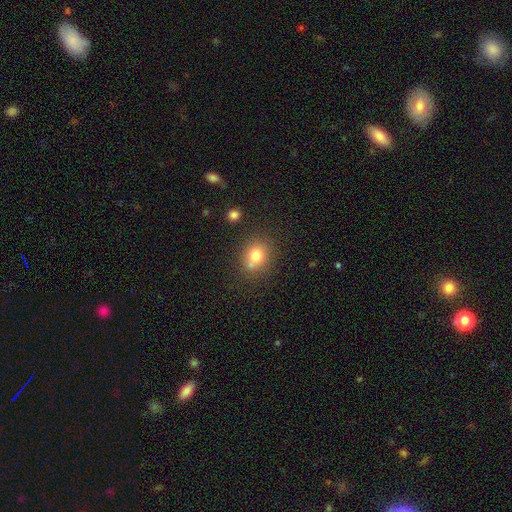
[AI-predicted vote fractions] smooth_or_featured: smooth (p=0.76) [alt: star or artifact p=0.12]
how_rounded: round (p=0.72) [alt: in between p=0.27]
merging: none (p=0.63) [alt: merger p=0.20]